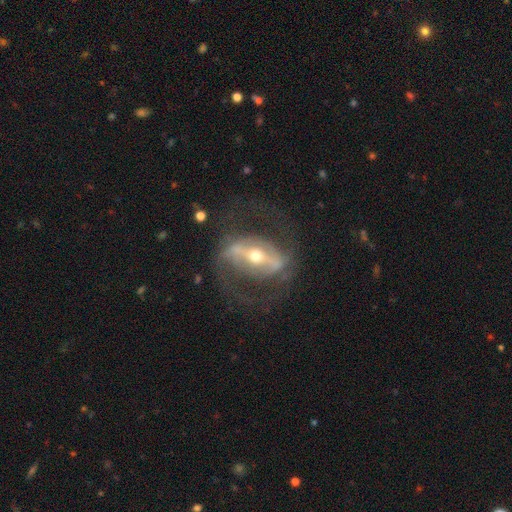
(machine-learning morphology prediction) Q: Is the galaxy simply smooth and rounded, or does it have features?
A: featured or disk — 86%.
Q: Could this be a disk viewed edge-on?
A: no — 89%.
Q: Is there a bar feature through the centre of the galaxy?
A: strong — 69%.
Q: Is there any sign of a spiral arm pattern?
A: yes — 79%.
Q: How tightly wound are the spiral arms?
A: medium — 49%.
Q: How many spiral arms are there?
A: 2 — 86%.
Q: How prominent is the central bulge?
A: moderate — 56%.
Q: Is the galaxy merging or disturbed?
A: none — 66%.